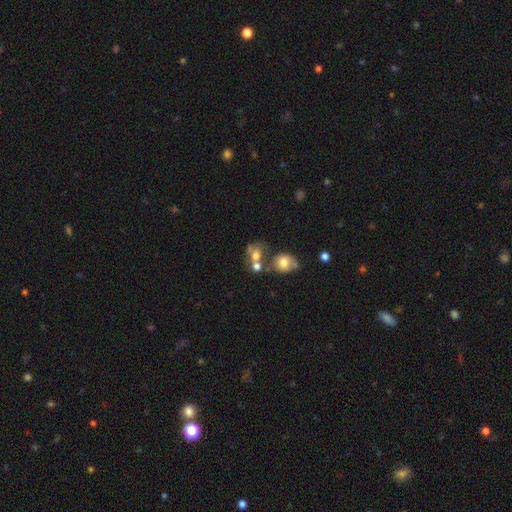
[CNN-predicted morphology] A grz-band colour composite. It shows a smooth galaxy with no disk features (61%) that is in between round and cigar-shaped (52%). Merging: merger (49%).